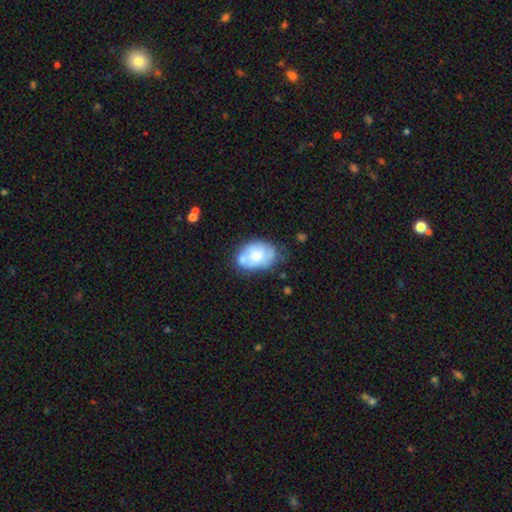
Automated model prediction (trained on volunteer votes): Smooth or featured? Predicted: smooth (p=0.56). How rounded? Predicted: in between (p=0.80). Merging? Predicted: none (p=0.51).